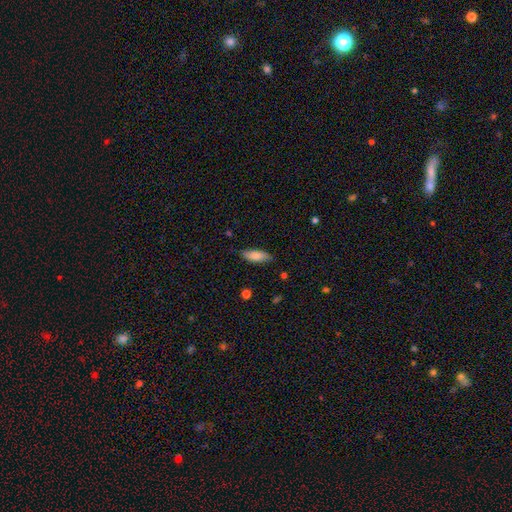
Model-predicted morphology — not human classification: smooth_or_featured: smooth (p=0.83) [alt: featured or disk p=0.11]
how_rounded: in between (p=0.71) [alt: cigar-shaped p=0.27]
merging: none (p=0.79) [alt: minor disturbance p=0.17]